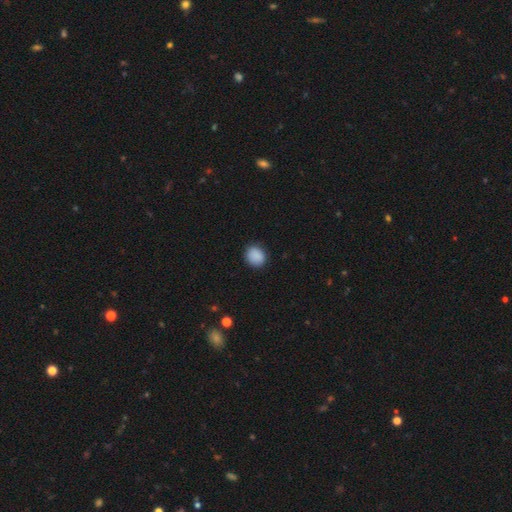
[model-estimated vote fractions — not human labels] Smooth or featured: smooth — 89% (star or artifact — 8%)
How rounded: round — 65% (in between — 34%)
Merging: none — 86% (minor disturbance — 10%)